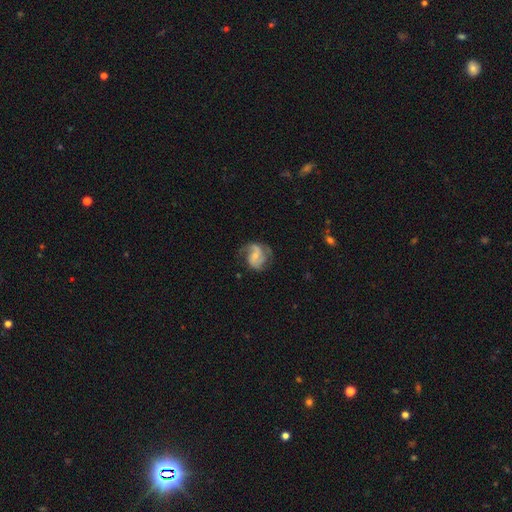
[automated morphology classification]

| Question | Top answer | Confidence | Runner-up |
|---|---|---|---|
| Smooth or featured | featured or disk | 78% | smooth (16%) |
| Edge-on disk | no | 98% | yes (2%) |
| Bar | no | 49% | weak (40%) |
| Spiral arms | yes | 94% | no (6%) |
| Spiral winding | medium | 49% | loose (30%) |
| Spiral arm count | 2 | 70% | 3 (10%) |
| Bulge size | small | 58% | moderate (33%) |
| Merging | none | 60% | minor disturbance (22%) |